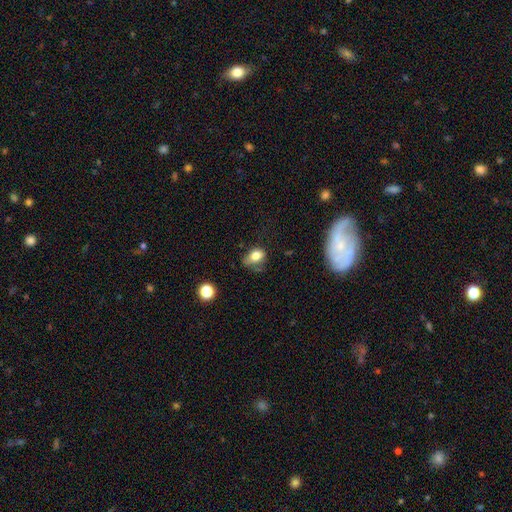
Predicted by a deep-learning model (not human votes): A smooth galaxy with no disk features (76%) that is in between round and cigar-shaped (69%).

Vote fractions:
- Smooth or featured? smooth: 76% / featured or disk: 14% / star or artifact: 10%
- How rounded? in between: 69% / round: 29% / cigar-shaped: 2%
- Merging? minor disturbance: 36% (tied) / none: 36% (tied) / major disturbance: 23% / merger: 5%